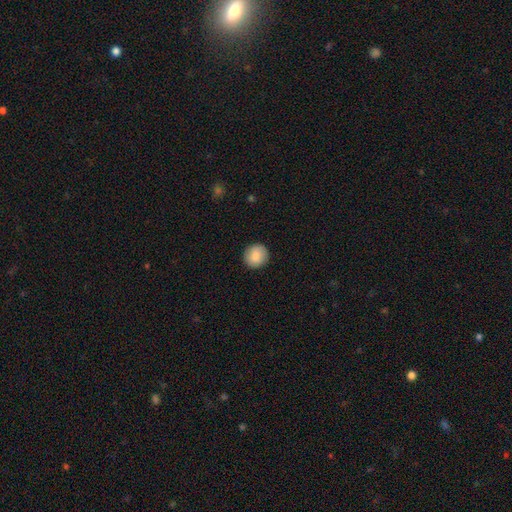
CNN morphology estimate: Smooth or featured? smooth (87%)
How rounded? round (90%)
Merging? none (91%)